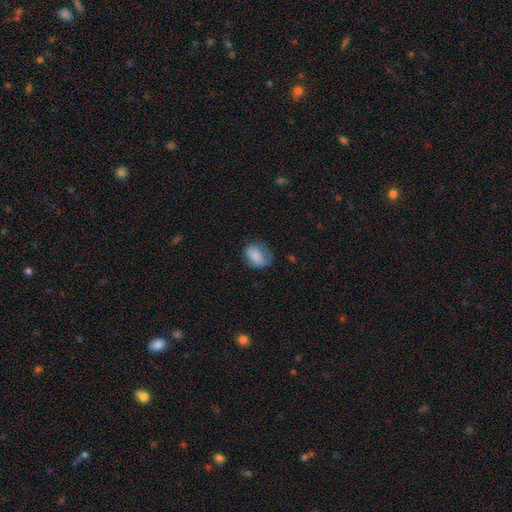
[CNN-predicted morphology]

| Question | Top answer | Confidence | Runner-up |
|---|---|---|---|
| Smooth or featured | smooth | 79% | featured or disk (13%) |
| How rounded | in between | 75% | round (24%) |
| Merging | none | 49% | minor disturbance (32%) |